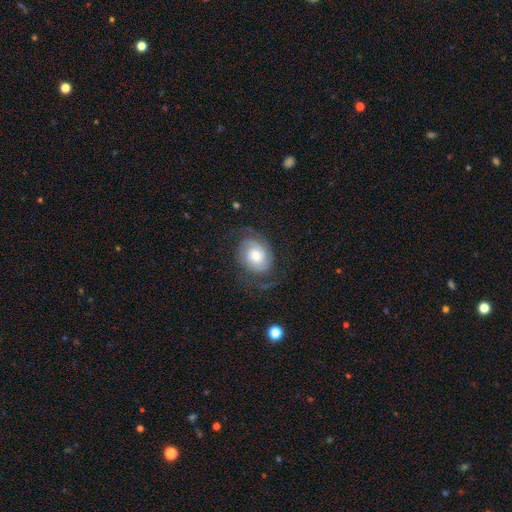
Morphology: type=featured or disk (79%); edge-on=no (97%); bar=no (70%); spiral arms=yes (100%); winding=medium (50%); arm count=2 (80%); bulge=moderate (63%); merging=none (72%).